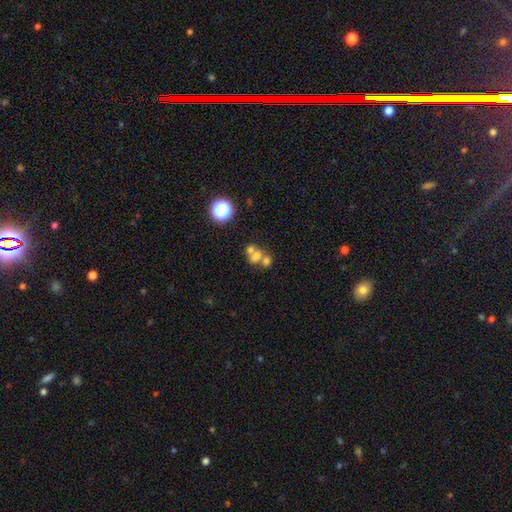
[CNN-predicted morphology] This appears to be a smooth galaxy with no disk features (63%) that is round (63%). Merging: merger (57%).